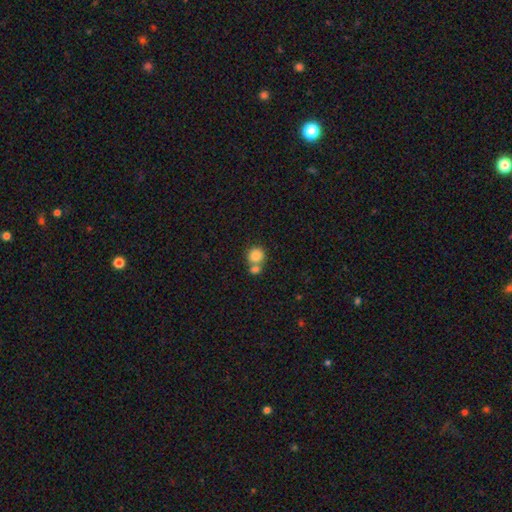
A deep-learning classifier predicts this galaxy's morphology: Smooth or featured? smooth (83%)
How rounded? round (87%)
Merging? none (49%)